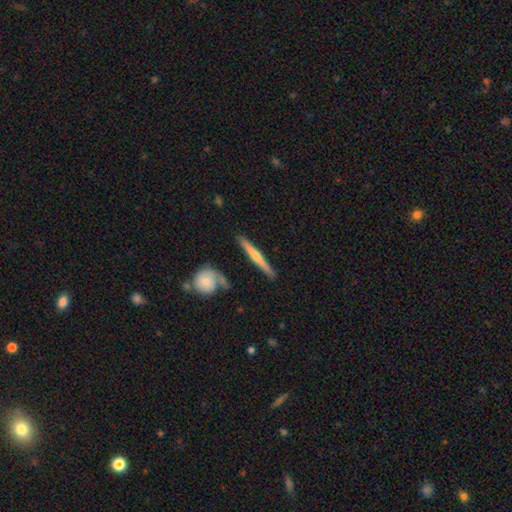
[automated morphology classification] The model was most divided on "smooth or featured": featured or disk: 53%, smooth: 42%, star or artifact: 5%. More confident: edge-on disk — yes (95%); merging — none (83%); edge-on bulge — rounded (56%).